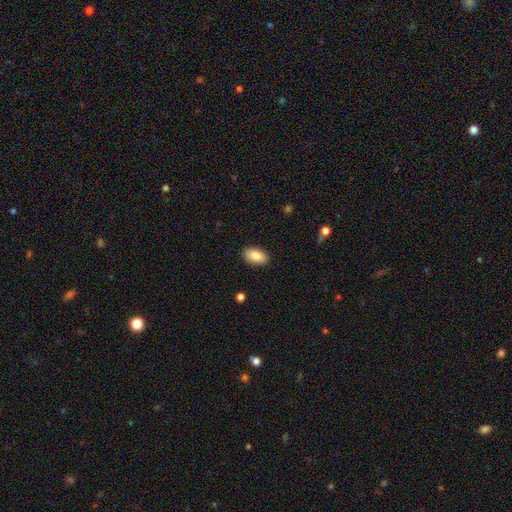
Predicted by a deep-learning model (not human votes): A smooth galaxy with no disk features (85%) that is in between round and cigar-shaped (94%).

Vote fractions:
- Smooth or featured? smooth: 85% / featured or disk: 8% / star or artifact: 7%
- How rounded? in between: 94% / round: 5% / cigar-shaped: 2%
- Merging? none: 89% / minor disturbance: 8% / major disturbance: 2% / merger: 1%